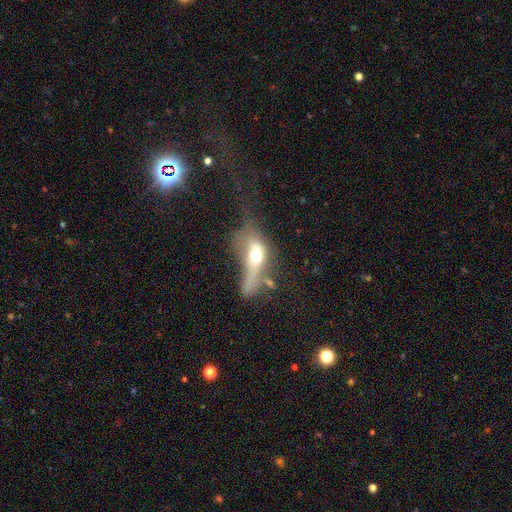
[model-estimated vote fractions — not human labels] smooth 50%, featured or disk 37%, star or artifact 12%. Down the decision tree: how rounded — in between (60%); merging — major disturbance (45%).